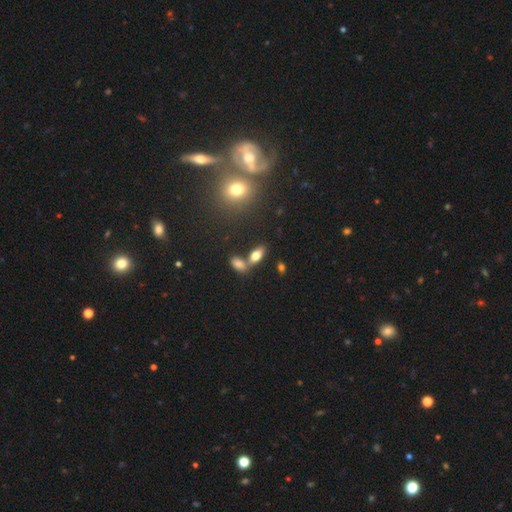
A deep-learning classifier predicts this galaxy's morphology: This is likely a smooth galaxy (71%). How rounded: clearly in between (81%). Merging: possibly none (53%).